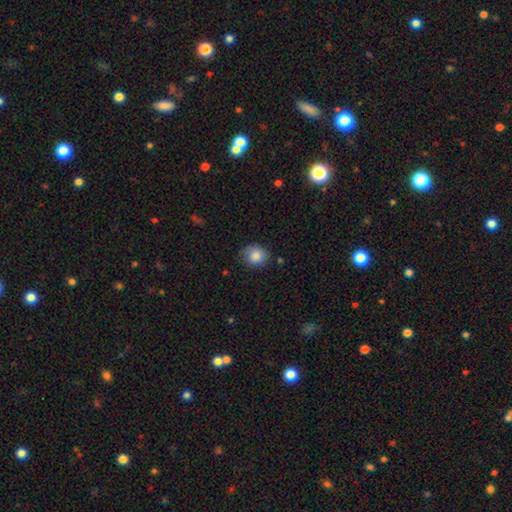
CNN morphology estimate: The model was most divided on "how rounded": round: 71%, in between: 28%, cigar-shaped: 1%. More confident: smooth or featured — smooth (84%); merging — none (74%).